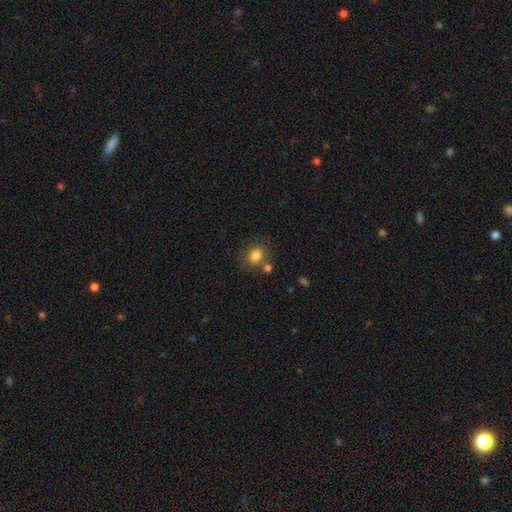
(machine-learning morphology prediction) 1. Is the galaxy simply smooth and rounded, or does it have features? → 82% smooth, 10% star or artifact, 8% featured or disk.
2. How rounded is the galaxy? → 57% round, 42% in between, 1% cigar-shaped.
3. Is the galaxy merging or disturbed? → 67% none, 14% merger, 14% minor disturbance, 5% major disturbance.